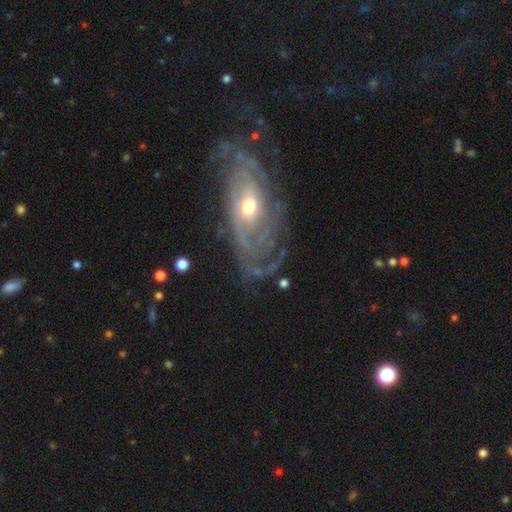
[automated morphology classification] This is clearly a featured or disk galaxy (87%). It is clearly not viewed edge-on (92%). Bar: likely no (64%). Spiral arm pattern: clearly yes (94%). Spiral arm count: marginally can't tell (39%). Spiral winding: likely tight (63%). Central bulge: possibly moderate (60%). Merging: likely none (69%).